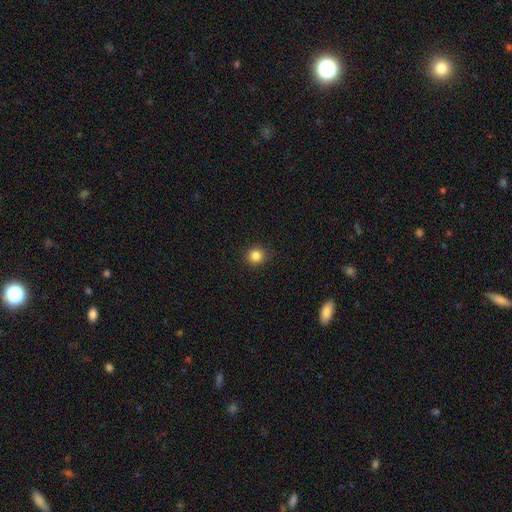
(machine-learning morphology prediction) Overall: smooth (85%). How rounded: round (92%). Merging: none (88%).